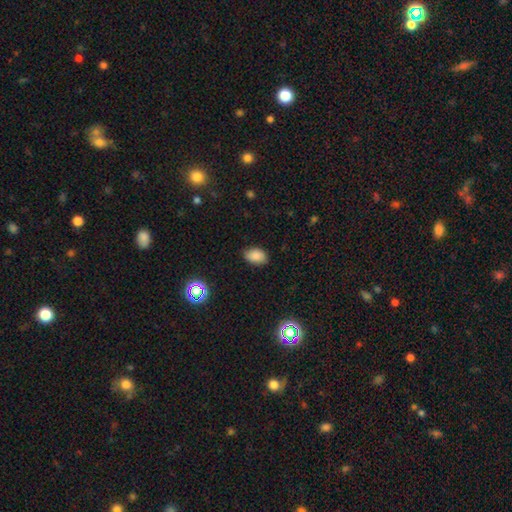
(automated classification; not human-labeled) This is clearly a smooth galaxy (83%). How rounded: clearly in between (86%). Merging: clearly none (83%).